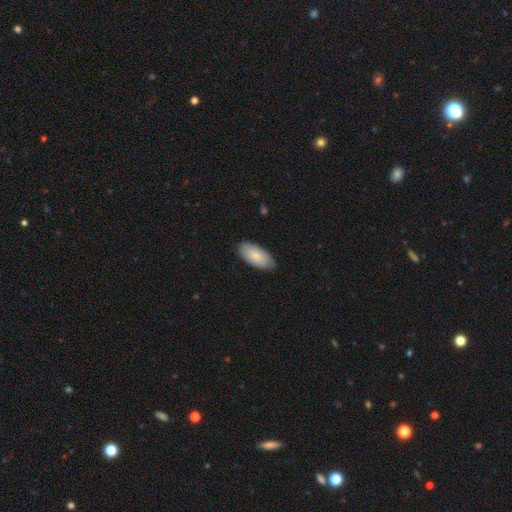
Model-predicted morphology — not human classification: Overall: smooth (82%). How rounded: in between (93%). Merging: none (85%).